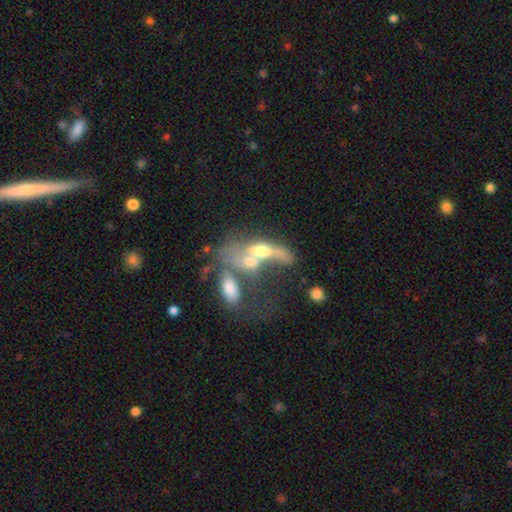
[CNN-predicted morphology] This is possibly a featured or disk galaxy (54%). It is likely not viewed edge-on (61%). Merging: likely merger (63%).